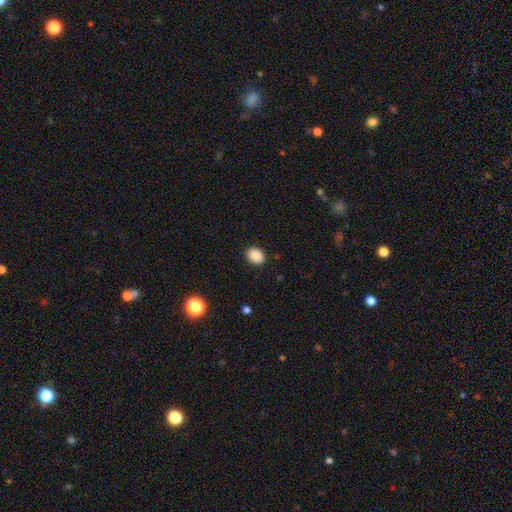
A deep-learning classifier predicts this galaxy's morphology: Q: Smooth or featured?
A: smooth (89%); runner-up: star or artifact (8%)
Q: How rounded?
A: in between (63%); runner-up: round (36%)
Q: Merging?
A: none (89%); runner-up: minor disturbance (8%)